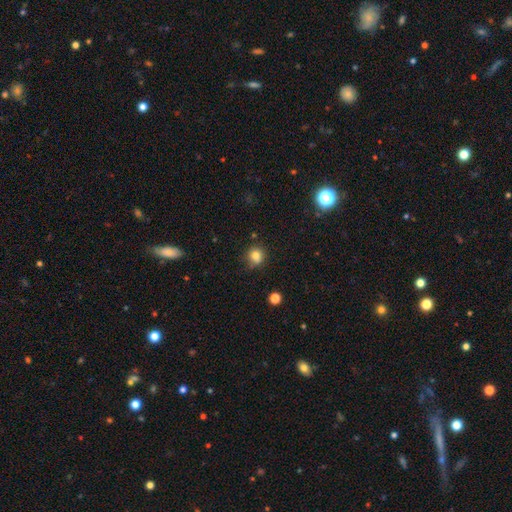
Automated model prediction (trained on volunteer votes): smooth-or-featured: smooth: 79% | star or artifact: 13% | featured or disk: 8%
  how-rounded: round: 86% | in between: 13% | cigar-shaped: 1%
  merging: none: 71% | minor disturbance: 16% | merger: 9% | major disturbance: 4%